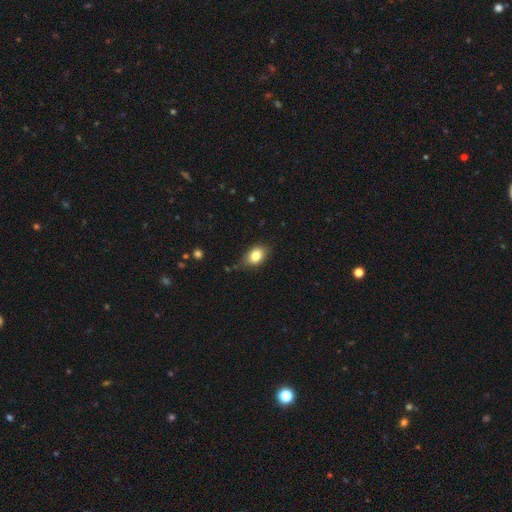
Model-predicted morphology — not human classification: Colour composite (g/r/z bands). It shows a smooth galaxy with no disk features (81%) that is in between round and cigar-shaped (74%). Merging: none (72%).